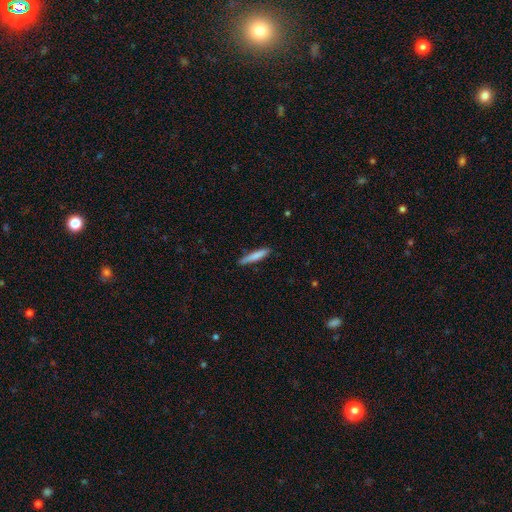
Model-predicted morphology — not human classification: Smooth or featured?
  - smooth: 78% *
  - featured or disk: 16%
  - star or artifact: 6%
How rounded?
  - cigar-shaped: 91% *
  - in between: 7%
  - round: 1%
Merging?
  - none: 81% *
  - minor disturbance: 15%
  - major disturbance: 3%
  - merger: 2%